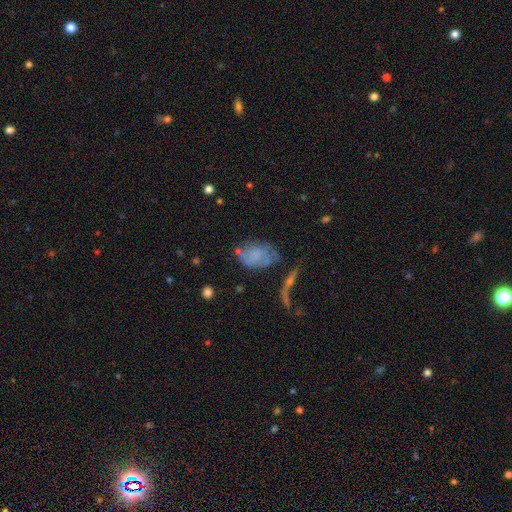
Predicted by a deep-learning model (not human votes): A smooth galaxy with no disk features (47%).

Vote fractions:
- Smooth or featured? smooth: 47% / featured or disk: 41% / star or artifact: 12%
- Merging? none: 40% / minor disturbance: 25% / major disturbance: 24% / merger: 11%